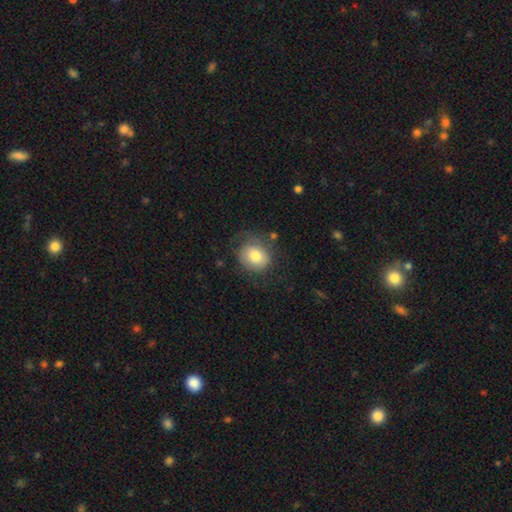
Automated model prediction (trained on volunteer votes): This is likely a smooth galaxy (71%). How rounded: likely round (69%). Merging: likely none (63%).